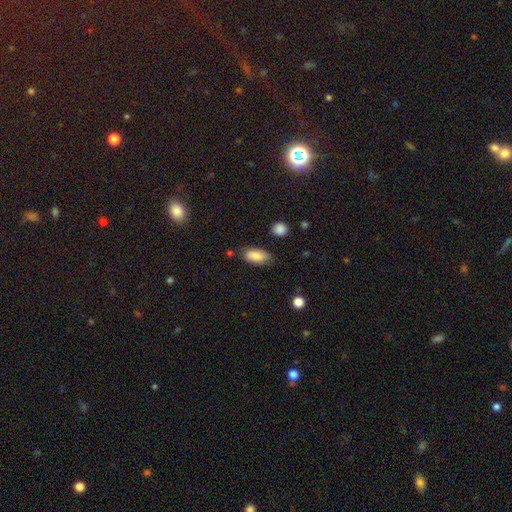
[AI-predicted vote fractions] Q: Smooth or featured?
A: smooth (84%); runner-up: featured or disk (9%)
Q: How rounded?
A: in between (89%); runner-up: cigar-shaped (8%)
Q: Merging?
A: none (74%); runner-up: minor disturbance (19%)